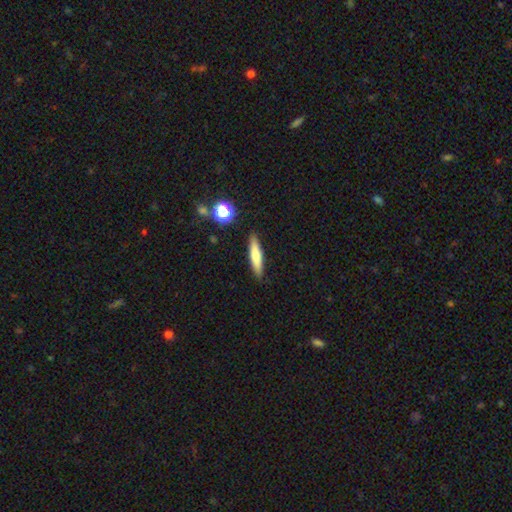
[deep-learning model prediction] Q: Smooth or featured?
A: smooth (71%); runner-up: featured or disk (21%)
Q: How rounded?
A: cigar-shaped (84%); runner-up: in between (14%)
Q: Merging?
A: none (88%); runner-up: minor disturbance (8%)